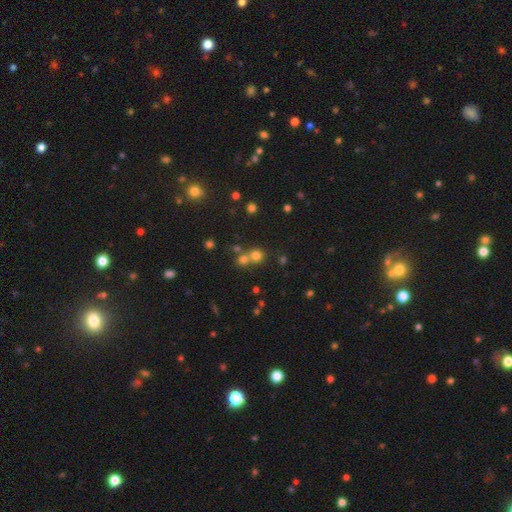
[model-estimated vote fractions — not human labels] Smooth or featured? smooth (69%)
How rounded? round (88%)
Merging? none (50%)